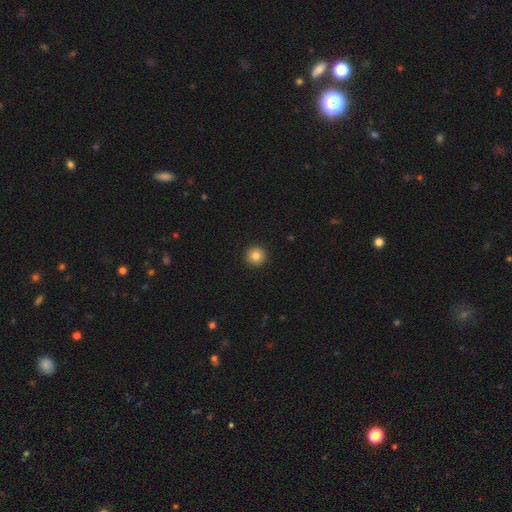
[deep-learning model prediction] This is clearly a smooth galaxy (84%). How rounded: clearly round (96%). Merging: clearly none (94%).